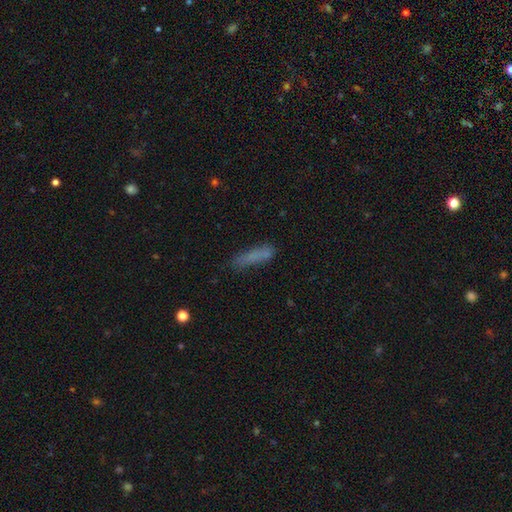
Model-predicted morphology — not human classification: A smooth galaxy with no disk features (75%) that is cigar-shaped (80%).

Vote fractions:
- Smooth or featured? smooth: 75% / featured or disk: 14% / star or artifact: 11%
- How rounded? cigar-shaped: 80% / in between: 18% / round: 2%
- Merging? none: 68% / minor disturbance: 20% / major disturbance: 8% / merger: 4%